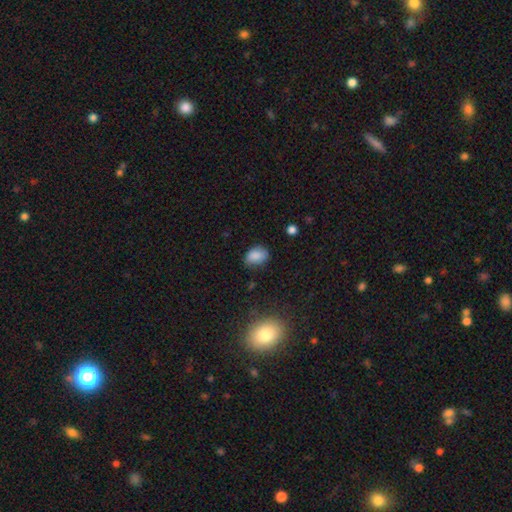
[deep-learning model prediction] Q: Smooth or featured?
A: smooth (84%); runner-up: star or artifact (10%)
Q: How rounded?
A: in between (76%); runner-up: round (23%)
Q: Merging?
A: none (72%); runner-up: minor disturbance (22%)